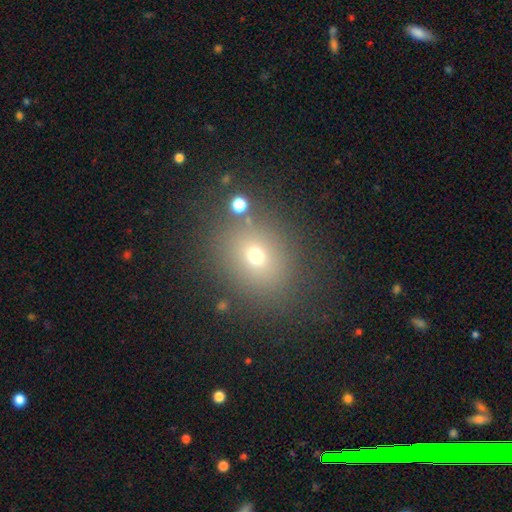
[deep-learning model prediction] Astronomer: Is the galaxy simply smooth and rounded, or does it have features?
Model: smooth — 68%.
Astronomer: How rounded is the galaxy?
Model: round — 61% (runner-up: in between, 37%).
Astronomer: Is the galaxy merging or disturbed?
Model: none — 80%.